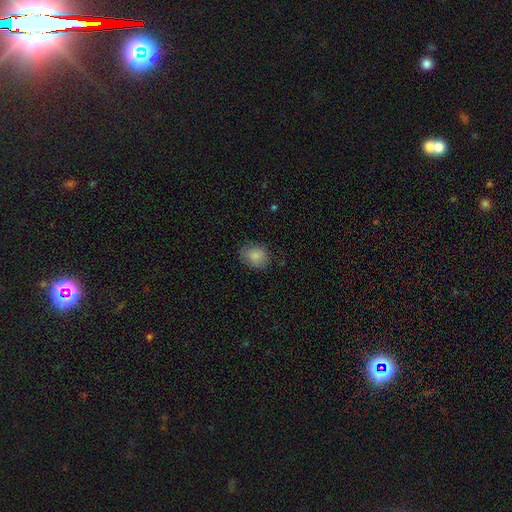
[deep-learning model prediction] The model was most divided on "how rounded": in between: 54%, round: 45%, cigar-shaped: 1%. More confident: smooth or featured — smooth (85%); merging — none (76%).